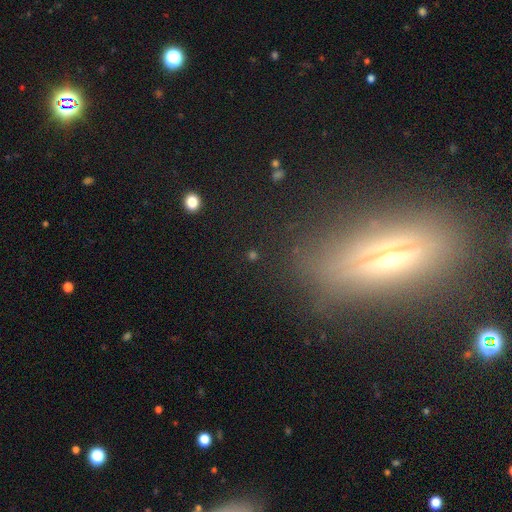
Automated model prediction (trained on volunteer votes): smooth-or-featured: featured or disk: 42% | star or artifact: 35% | smooth: 23%
  merging: none: 72% | minor disturbance: 13% | major disturbance: 10% | merger: 5%